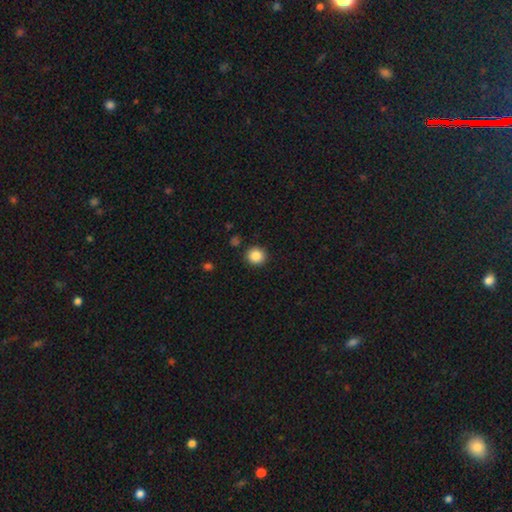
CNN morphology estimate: Smooth or featured: smooth — 86% (star or artifact — 10%)
How rounded: round — 92% (in between — 7%)
Merging: none — 90% (minor disturbance — 6%)